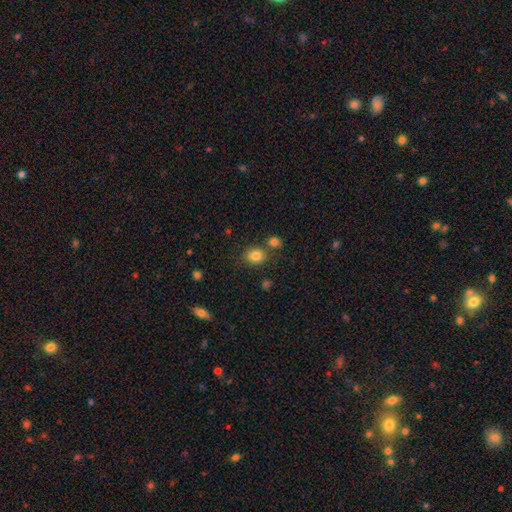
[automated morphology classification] Smooth or featured: smooth — 83% (star or artifact — 11%)
How rounded: round — 60% (in between — 39%)
Merging: none — 71% (merger — 15%)